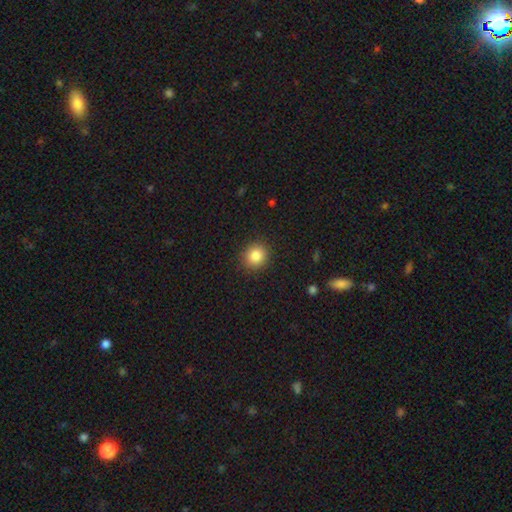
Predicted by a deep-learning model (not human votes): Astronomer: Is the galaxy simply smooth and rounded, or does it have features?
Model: smooth — 86%.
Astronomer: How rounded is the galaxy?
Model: round — 86%.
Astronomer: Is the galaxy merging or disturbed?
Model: none — 90%.